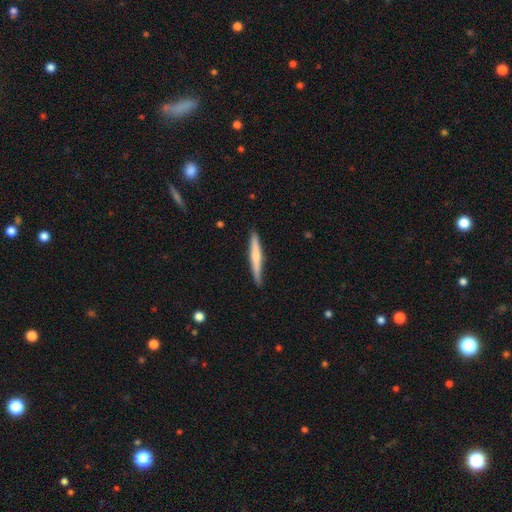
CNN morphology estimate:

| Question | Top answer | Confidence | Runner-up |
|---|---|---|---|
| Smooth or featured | smooth | 56% | featured or disk (39%) |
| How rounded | cigar-shaped | 95% | in between (3%) |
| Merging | none | 86% | minor disturbance (11%) |